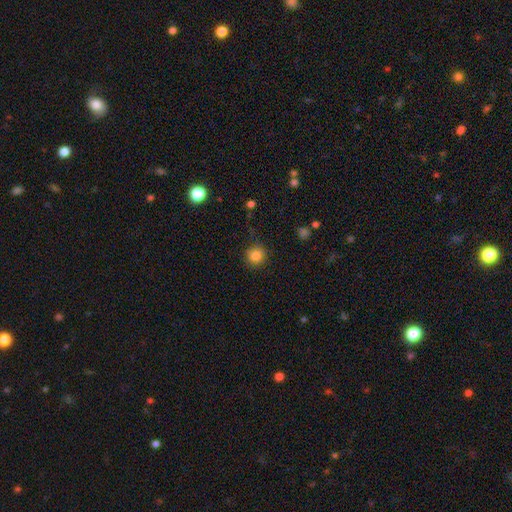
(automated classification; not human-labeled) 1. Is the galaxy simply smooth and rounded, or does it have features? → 83% smooth, 12% star or artifact, 5% featured or disk.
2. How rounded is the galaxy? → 92% round, 7% in between, 1% cigar-shaped.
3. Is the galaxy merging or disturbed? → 87% none, 9% minor disturbance, 3% major disturbance, 1% merger.